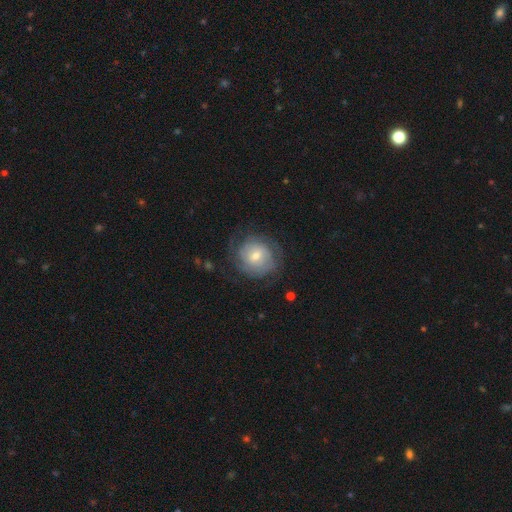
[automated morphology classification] featured or disk 62%, smooth 31%, star or artifact 7%. Down the decision tree: edge-on disk — no (97%); bar — no (58%); spiral arms — yes (82%); bulge size — moderate (48%); merging — none (69%).